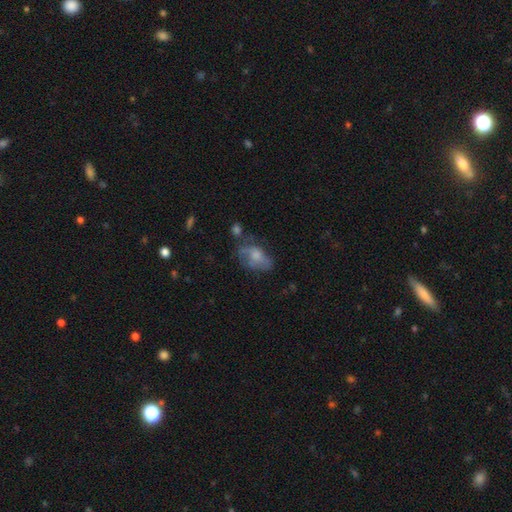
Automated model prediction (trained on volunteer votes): Overall: smooth (54%; featured or disk 36%). How rounded: in between (86%). Merging: none (37%; minor disturbance 28%).